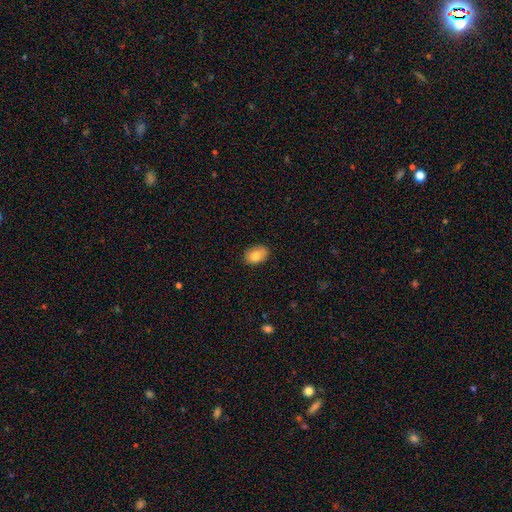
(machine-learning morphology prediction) smooth_or_featured: smooth (p=0.82) [alt: featured or disk p=0.10]
how_rounded: in between (p=0.81) [alt: round p=0.18]
merging: none (p=0.81) [alt: minor disturbance p=0.16]